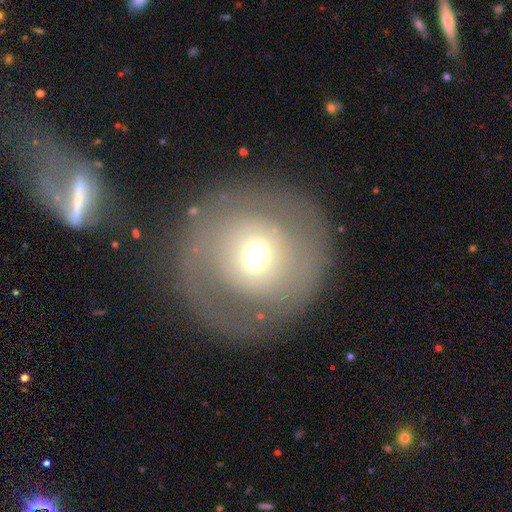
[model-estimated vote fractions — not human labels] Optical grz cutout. It shows a featured or disk galaxy (51%). Merging: none (69%).